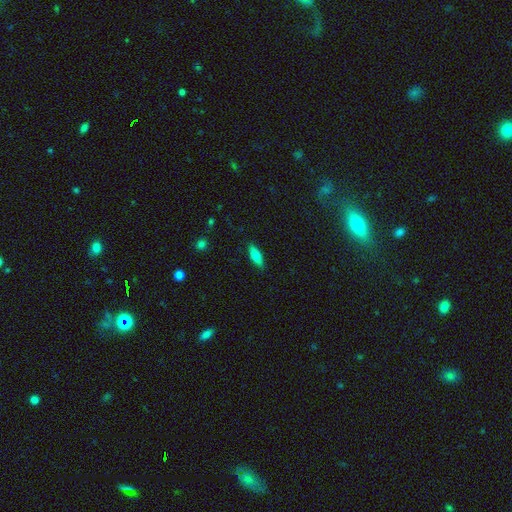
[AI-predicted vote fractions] A smooth galaxy with no disk features (73%) that is in between round and cigar-shaped (54%). Merging: none (88%).